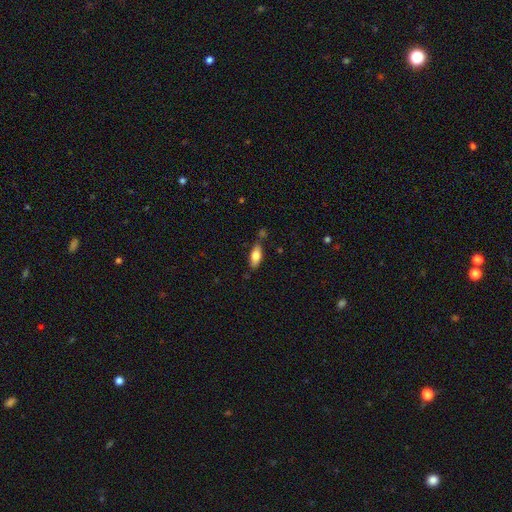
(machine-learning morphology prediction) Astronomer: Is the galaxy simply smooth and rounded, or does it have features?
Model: smooth — 76%.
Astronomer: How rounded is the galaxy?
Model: in between — 76%.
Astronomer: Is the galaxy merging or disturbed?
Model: none — 72%.